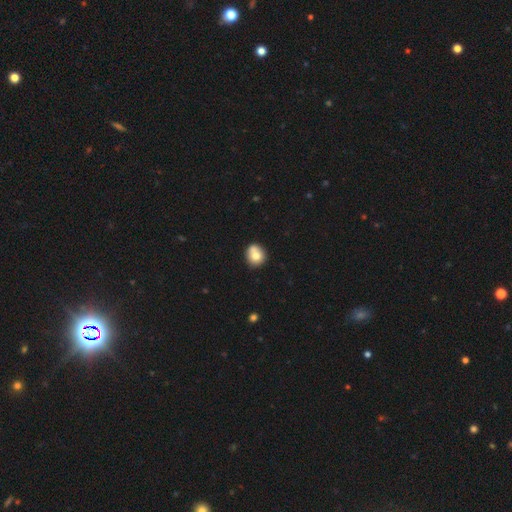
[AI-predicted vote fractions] smooth 74%, featured or disk 17%, star or artifact 9%. Down the decision tree: how rounded — round (79%); merging — none (57%).